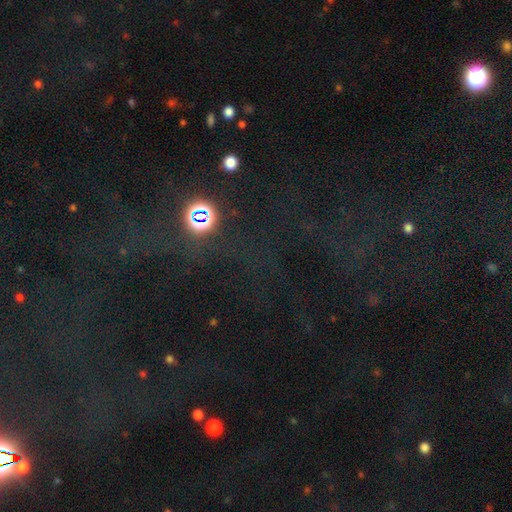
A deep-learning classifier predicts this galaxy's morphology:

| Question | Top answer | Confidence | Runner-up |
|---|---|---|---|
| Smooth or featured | star or artifact | 70% | smooth (18%) |